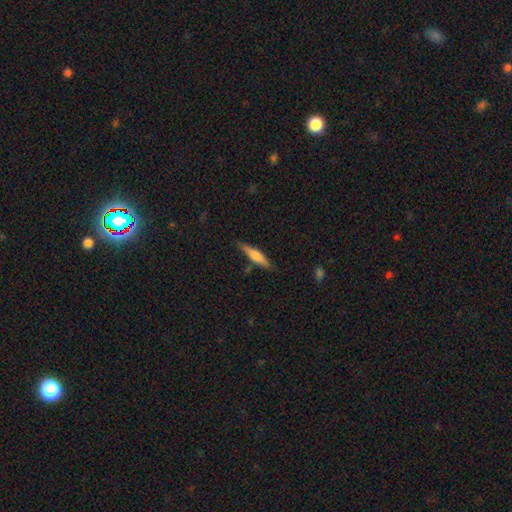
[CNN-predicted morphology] smooth-or-featured: smooth: 59% | featured or disk: 35% | star or artifact: 6%
  how-rounded: cigar-shaped: 83% | in between: 15% | round: 2%
  merging: none: 81% | minor disturbance: 14% | major disturbance: 3% | merger: 3%